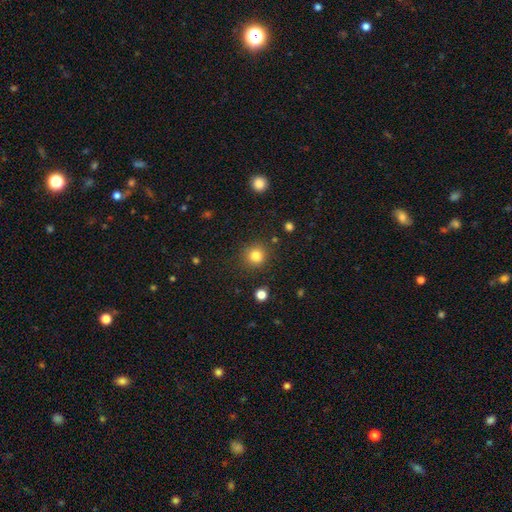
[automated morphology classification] Smooth or featured? Predicted: smooth (p=0.83). How rounded? Predicted: round (p=0.89). Merging? Predicted: none (p=0.85).